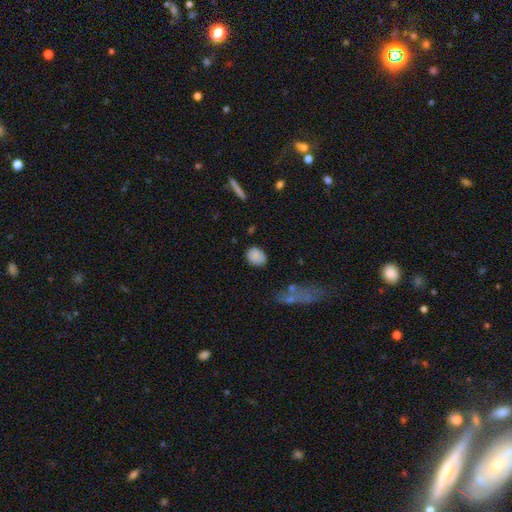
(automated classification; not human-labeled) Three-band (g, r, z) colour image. It shows a smooth galaxy with no disk features (85%) that is in between round and cigar-shaped (54%). Merging: none (73%).